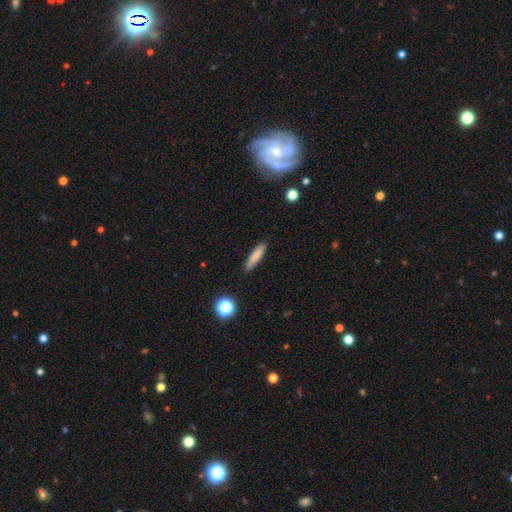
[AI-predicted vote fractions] The model was most divided on "how rounded": cigar-shaped: 82%, in between: 16%, round: 2%. More confident: merging — none (86%); smooth or featured — smooth (81%).